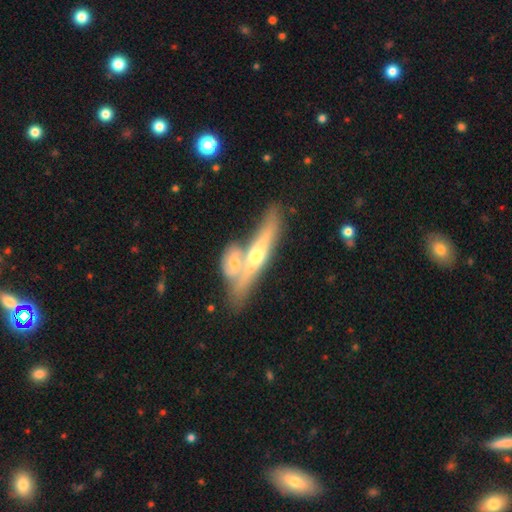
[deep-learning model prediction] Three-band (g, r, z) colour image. It shows a featured or disk galaxy (70%) viewed edge-on (87%) with a rounded central bulge (88%). Merging: none (44%).